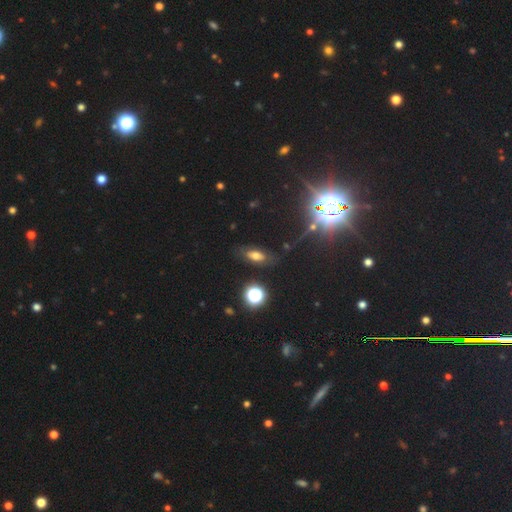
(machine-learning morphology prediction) smooth_or_featured: smooth (p=0.56) [alt: star or artifact p=0.25]
how_rounded: in between (p=0.75) [alt: cigar-shaped p=0.16]
merging: none (p=0.75) [alt: minor disturbance p=0.16]